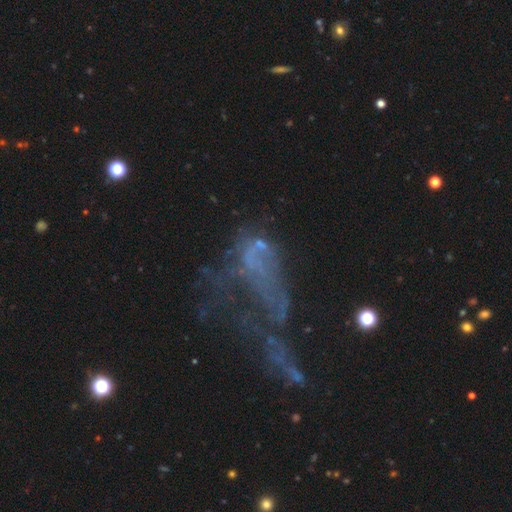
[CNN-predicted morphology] featured or disk 50%, star or artifact 28%, smooth 22%. Down the decision tree: merging — major disturbance (49%).